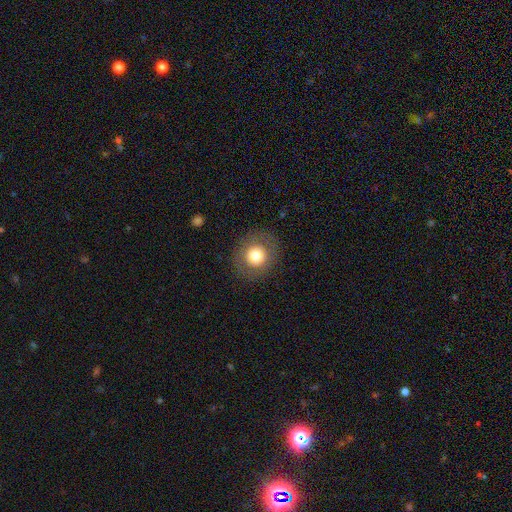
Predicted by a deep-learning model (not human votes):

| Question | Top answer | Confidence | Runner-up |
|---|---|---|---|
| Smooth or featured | smooth | 73% | featured or disk (17%) |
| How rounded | round | 88% | in between (11%) |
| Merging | none | 86% | minor disturbance (8%) |